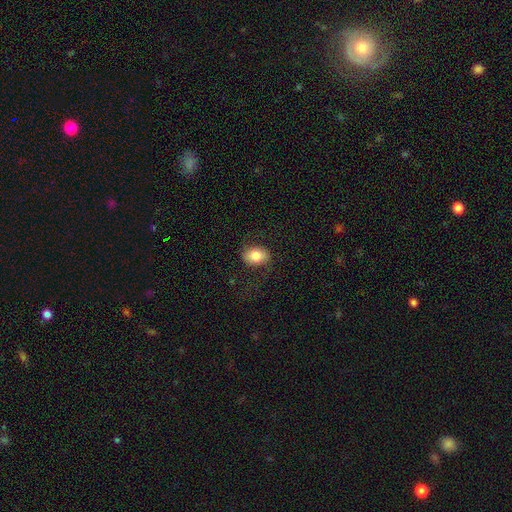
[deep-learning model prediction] A smooth galaxy with no disk features (79%) that is in between round and cigar-shaped (72%). Merging: none (77%).